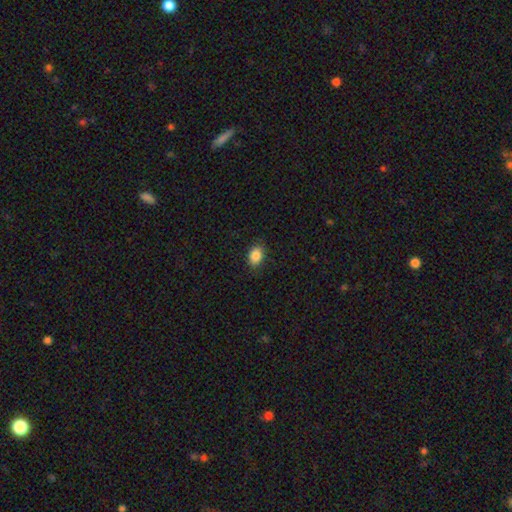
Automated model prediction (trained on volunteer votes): Smooth or featured?
  - smooth: 87% *
  - star or artifact: 8%
  - featured or disk: 5%
How rounded?
  - in between: 79% *
  - round: 19%
  - cigar-shaped: 1%
Merging?
  - none: 86% *
  - minor disturbance: 11%
  - major disturbance: 3%
  - merger: 1%